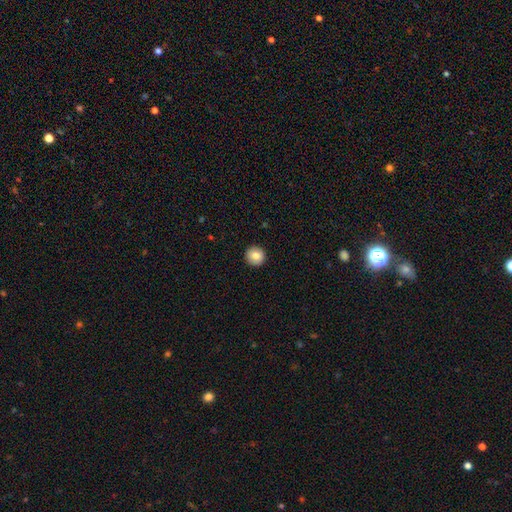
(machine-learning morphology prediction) A smooth galaxy with no disk features (81%) that is round (95%).

Vote fractions:
- Smooth or featured? smooth: 81% / featured or disk: 11% / star or artifact: 8%
- How rounded? round: 95% / in between: 4% / cigar-shaped: 1%
- Merging? none: 93% / minor disturbance: 5% / major disturbance: 1% / merger: 1%